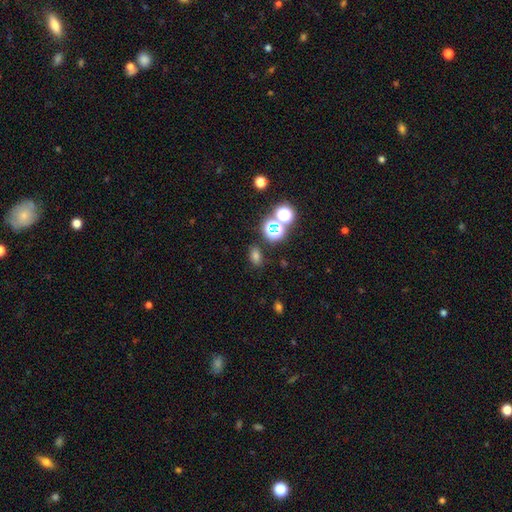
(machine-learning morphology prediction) smooth-or-featured: smooth: 63% | star or artifact: 29% | featured or disk: 8%
  how-rounded: in between: 75% | round: 23% | cigar-shaped: 2%
  merging: none: 80% | minor disturbance: 11% | merger: 6% | major disturbance: 4%